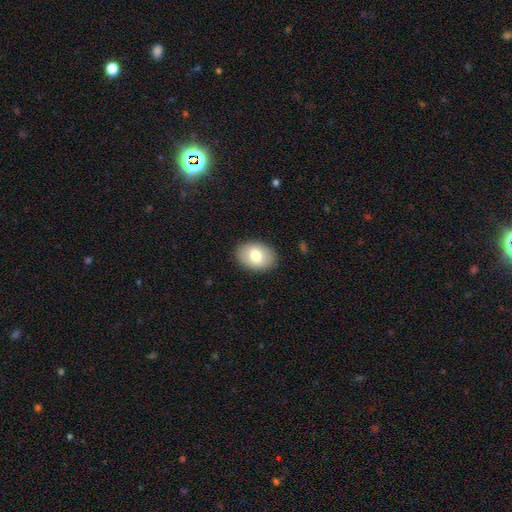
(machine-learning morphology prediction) The model was most divided on "smooth or featured": smooth: 74%, featured or disk: 18%, star or artifact: 7%. More confident: merging — none (88%); how rounded — in between (78%).